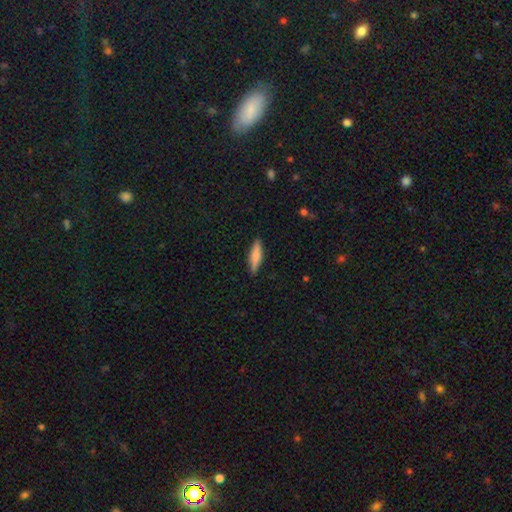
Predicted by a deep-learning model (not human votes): A smooth galaxy with no disk features (70%) that is cigar-shaped (75%). Merging: none (88%).